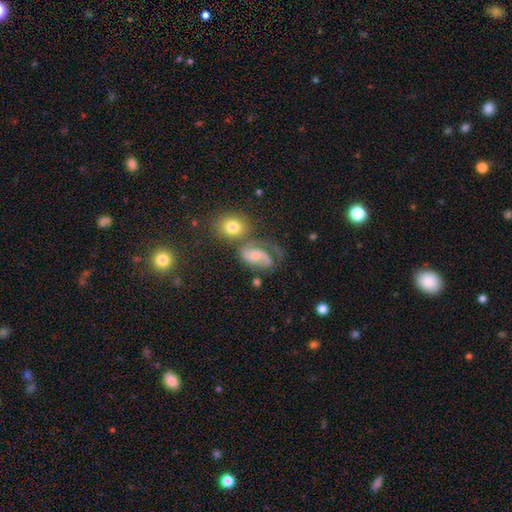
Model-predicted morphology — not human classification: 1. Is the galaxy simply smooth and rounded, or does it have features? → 75% featured or disk, 16% smooth, 9% star or artifact.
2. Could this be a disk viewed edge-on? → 98% no, 2% yes.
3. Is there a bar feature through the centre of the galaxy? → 59% no, 33% weak, 7% strong.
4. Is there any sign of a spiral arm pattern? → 94% yes, 6% no.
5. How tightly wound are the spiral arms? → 52% medium, 26% loose, 22% tight.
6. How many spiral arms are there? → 76% 2, 12% 1, 6% can't tell, 3% 3, 1% 4, 1% more than 4.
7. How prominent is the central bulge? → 48% small, 28% moderate, 16% none, 5% large, 2% dominant.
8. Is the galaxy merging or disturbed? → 41% none, 21% minor disturbance, 21% major disturbance, 17% merger.